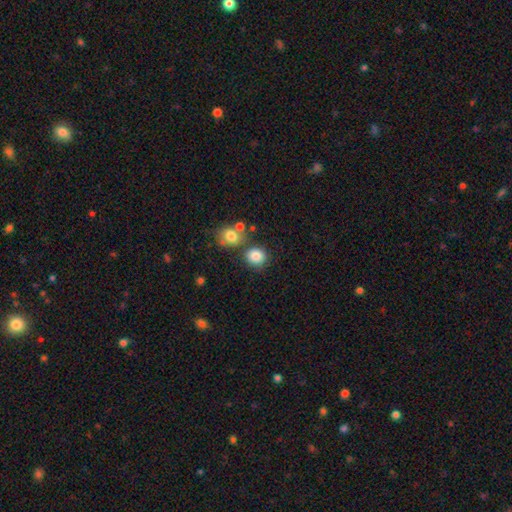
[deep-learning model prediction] Overall: smooth (84%). How rounded: round (80%). Merging: none (69%).